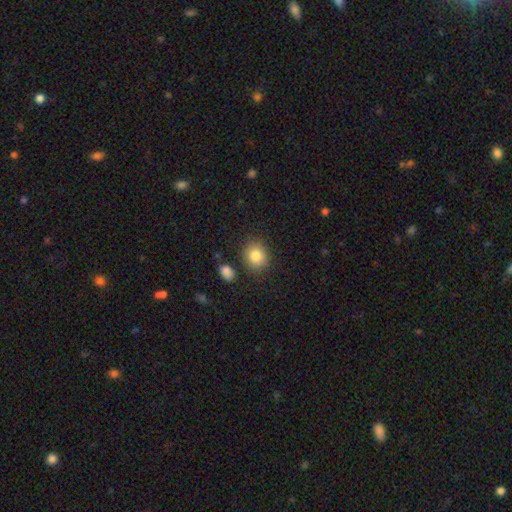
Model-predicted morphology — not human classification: This appears to be a smooth galaxy with no disk features (84%) that is round (67%). Merging: none (83%).